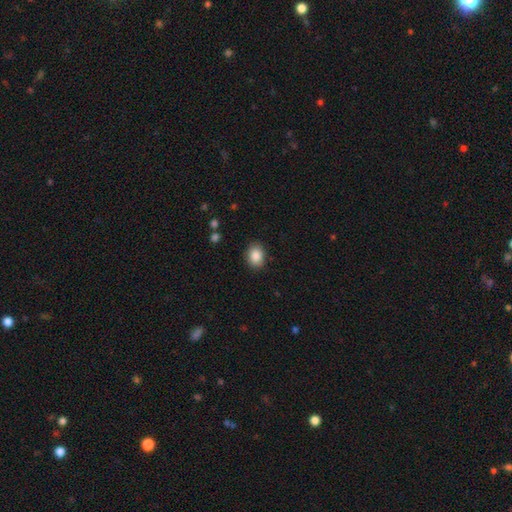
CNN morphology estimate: The model was most divided on "how rounded": in between: 60%, round: 39%, cigar-shaped: 1%. More confident: merging — none (88%); smooth or featured — smooth (87%).